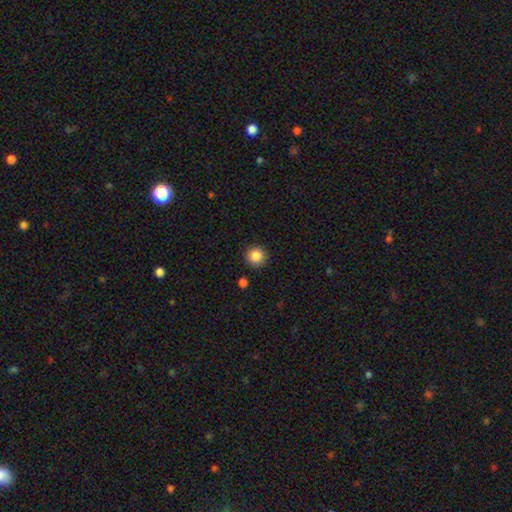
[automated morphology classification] A smooth galaxy with no disk features (86%) that is round (94%). Merging: none (90%).